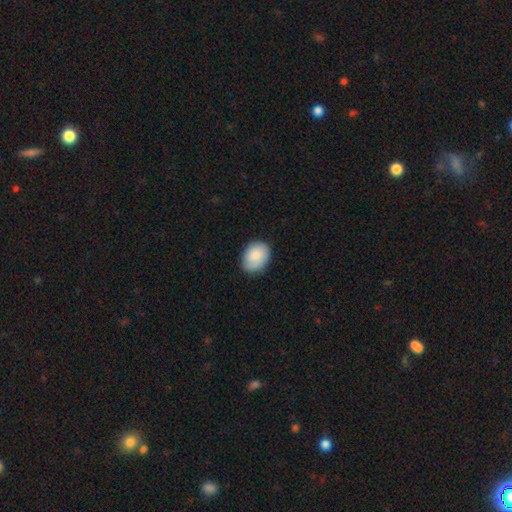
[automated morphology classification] smooth_or_featured: smooth (p=0.87) [alt: featured or disk p=0.07]
how_rounded: in between (p=0.67) [alt: round p=0.32]
merging: none (p=0.82) [alt: minor disturbance p=0.14]